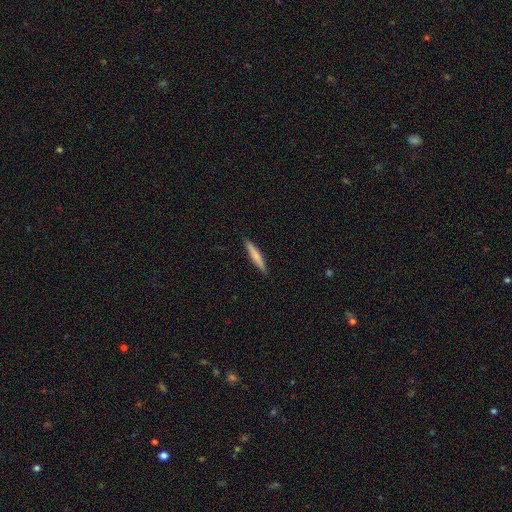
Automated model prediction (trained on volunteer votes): A smooth galaxy with no disk features (69%) that is cigar-shaped (93%).

Vote fractions:
- Smooth or featured? smooth: 69% / featured or disk: 26% / star or artifact: 5%
- How rounded? cigar-shaped: 93% / in between: 5% / round: 1%
- Merging? none: 90% / minor disturbance: 7% / major disturbance: 1% / merger: 1%